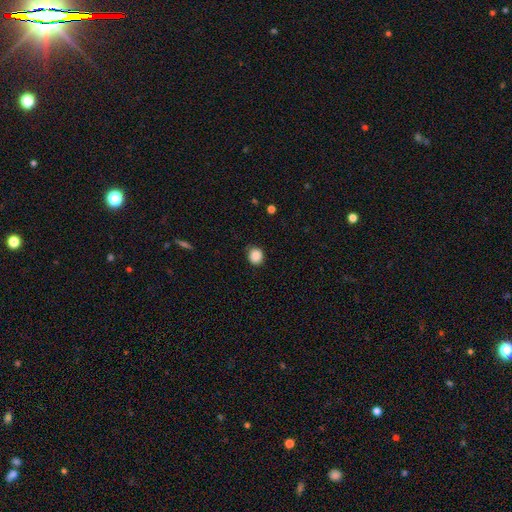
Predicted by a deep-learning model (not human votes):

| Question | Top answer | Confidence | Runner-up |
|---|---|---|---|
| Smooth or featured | smooth | 88% | star or artifact (9%) |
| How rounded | round | 84% | in between (15%) |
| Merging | none | 86% | minor disturbance (10%) |